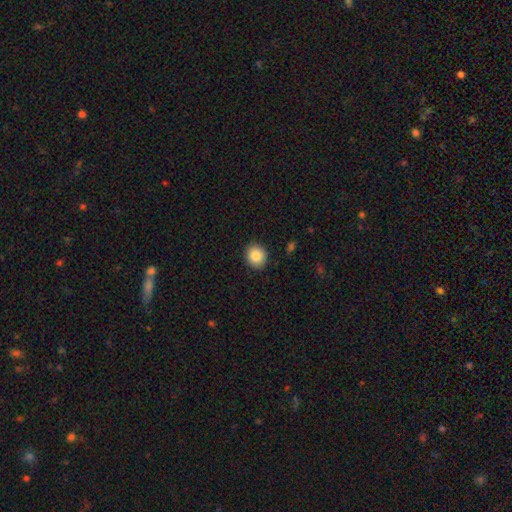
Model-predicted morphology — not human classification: smooth-or-featured: smooth: 84% | star or artifact: 9% | featured or disk: 7%
  how-rounded: round: 77% | in between: 22% | cigar-shaped: 1%
  merging: none: 90% | minor disturbance: 7% | major disturbance: 2% | merger: 1%